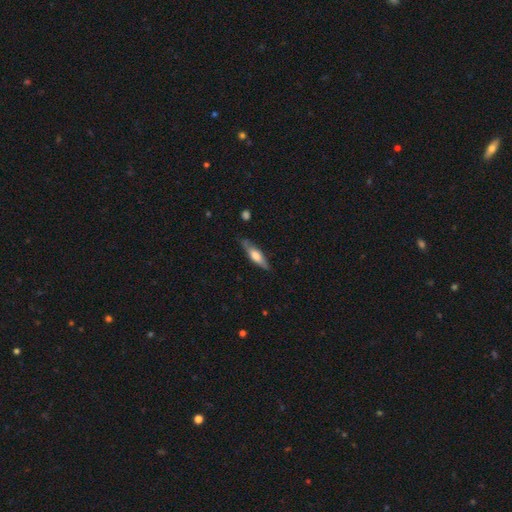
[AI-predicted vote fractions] A smooth galaxy with no disk features (47%, tied with featured or disk). Merging: none (78%).